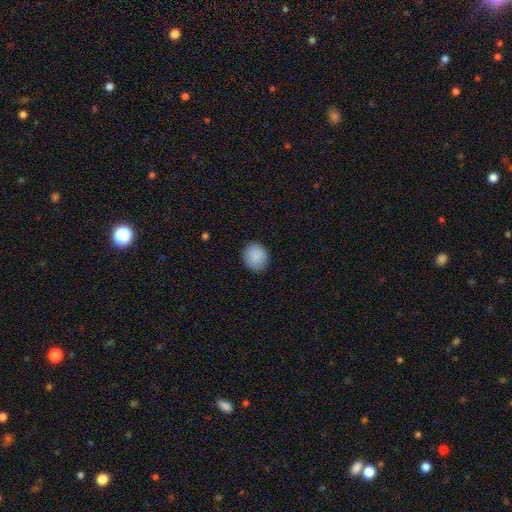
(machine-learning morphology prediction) smooth 89%, star or artifact 7%, featured or disk 3%. Down the decision tree: how rounded — round (72%); merging — none (87%).